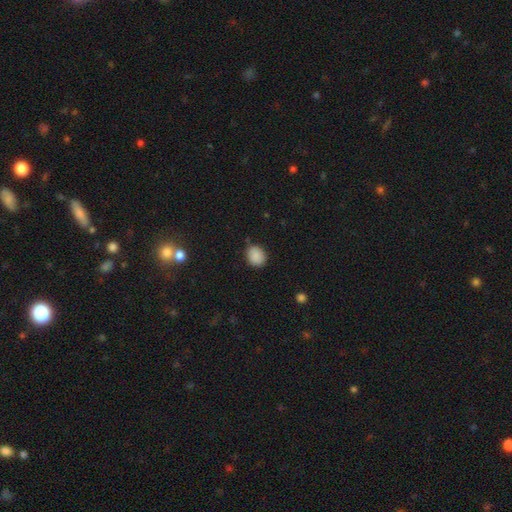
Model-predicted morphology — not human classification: smooth 88%, star or artifact 9%, featured or disk 3%. Down the decision tree: how rounded — round (58%); merging — none (80%).